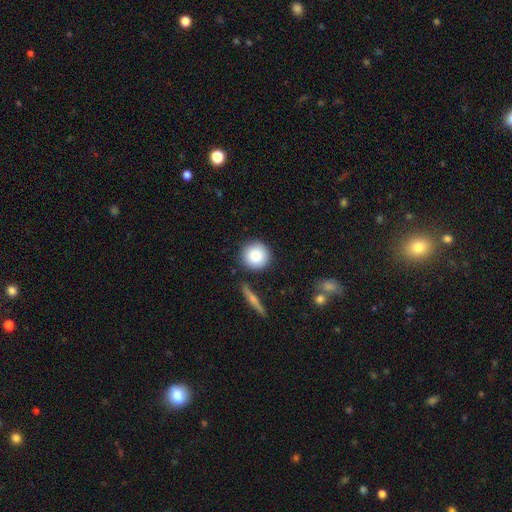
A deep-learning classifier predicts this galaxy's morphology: smooth 84%, featured or disk 9%, star or artifact 8%. Down the decision tree: how rounded — round (94%); merging — none (85%).